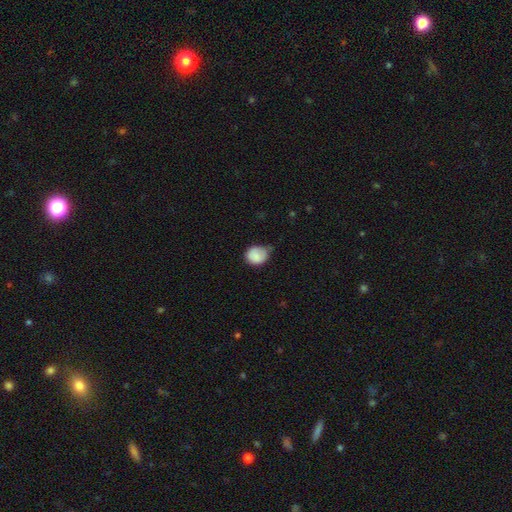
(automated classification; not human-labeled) This is clearly a smooth galaxy (85%). How rounded: likely round (68%). Merging: possibly none (48%).